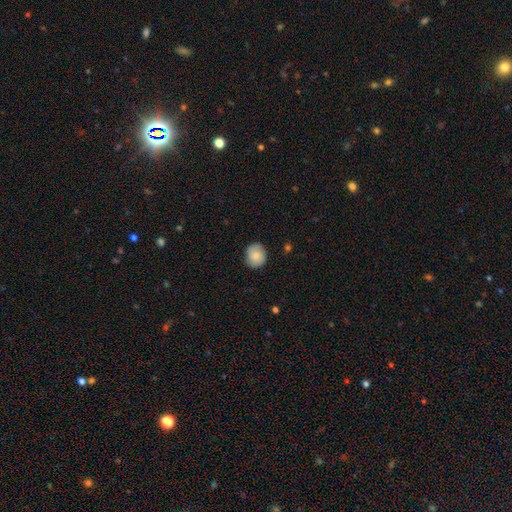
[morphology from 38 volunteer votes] smooth_or_featured: smooth (p=0.89) [alt: featured or disk p=0.05]
how_rounded: round (p=0.76) [alt: in between p=0.24]
merging: none (p=0.89) [alt: minor disturbance p=0.08]